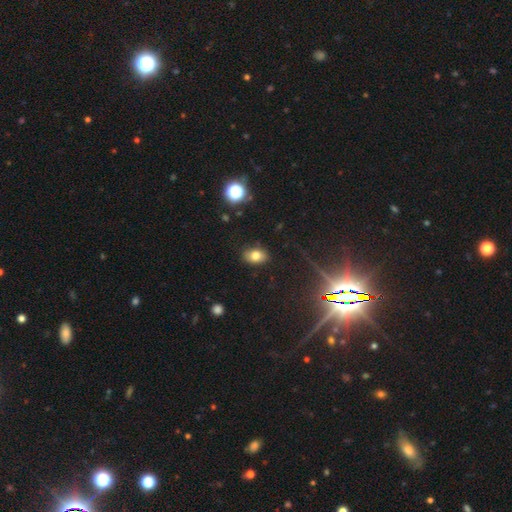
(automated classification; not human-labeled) Overall: smooth (76%). How rounded: in between (82%). Merging: none (84%).